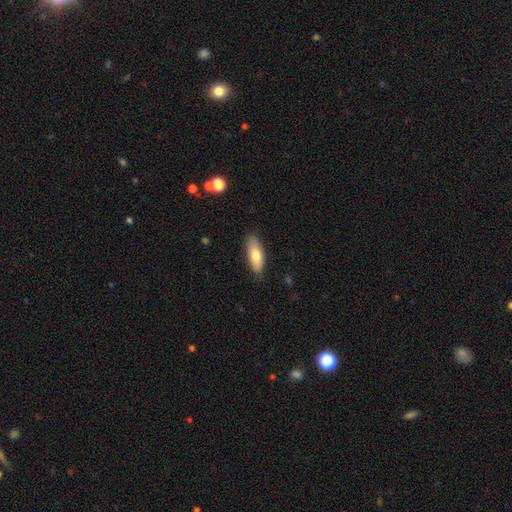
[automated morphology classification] This appears to be a smooth galaxy with no disk features (74%) that is in between round and cigar-shaped (71%). Merging: none (84%).